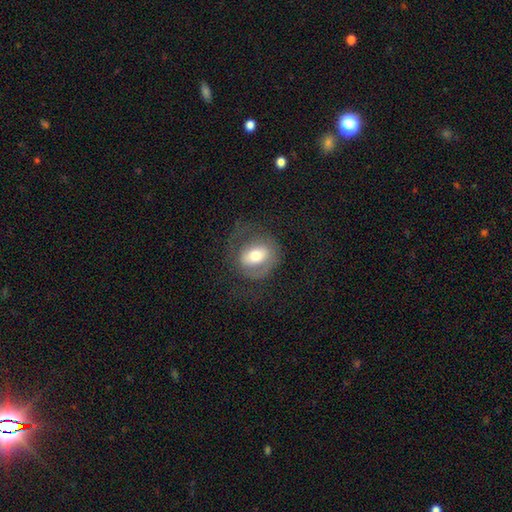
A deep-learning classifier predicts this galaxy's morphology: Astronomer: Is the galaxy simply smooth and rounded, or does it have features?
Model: smooth — 51% (runner-up: featured or disk, 41%).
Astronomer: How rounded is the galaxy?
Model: in between — 49%, tied with round at 49%.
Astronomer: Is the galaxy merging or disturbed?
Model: none — 58%.